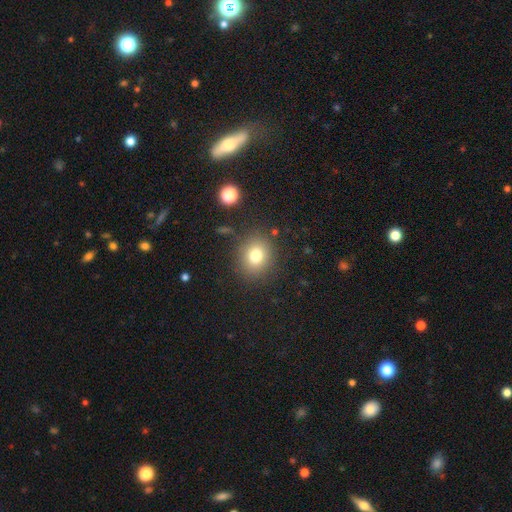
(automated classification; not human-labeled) Morphology: type=smooth (77%); roundness=round (76%); merging=none (84%).